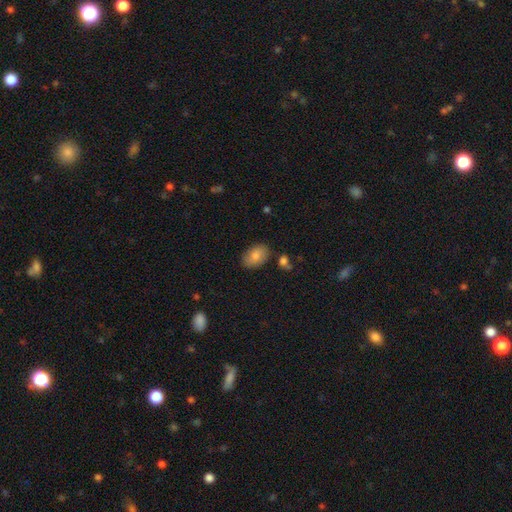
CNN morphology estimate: Smooth or featured: smooth — 81% (featured or disk — 12%)
How rounded: in between — 88% (round — 11%)
Merging: none — 81% (minor disturbance — 13%)